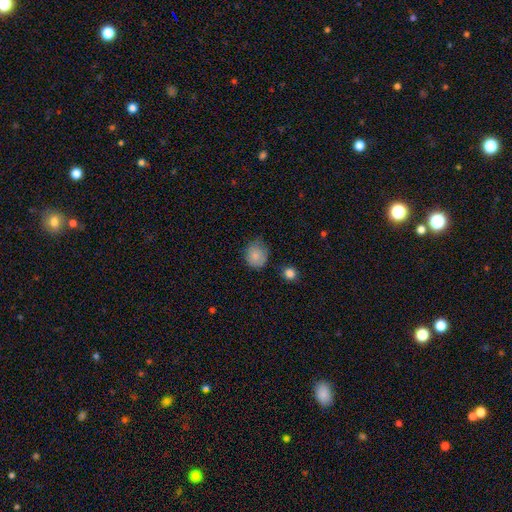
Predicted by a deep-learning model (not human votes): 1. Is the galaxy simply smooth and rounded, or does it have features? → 85% smooth, 9% star or artifact, 6% featured or disk.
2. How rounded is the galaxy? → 79% round, 21% in between, 1% cigar-shaped.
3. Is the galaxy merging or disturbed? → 67% none, 26% minor disturbance, 5% major disturbance, 2% merger.